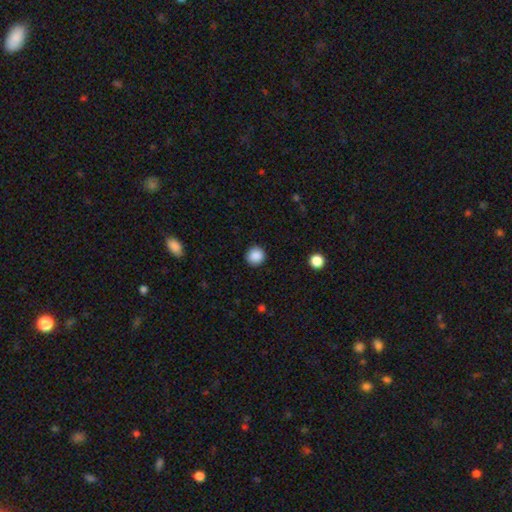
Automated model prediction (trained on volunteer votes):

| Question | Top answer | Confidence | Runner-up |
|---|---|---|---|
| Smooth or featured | smooth | 88% | star or artifact (10%) |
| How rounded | round | 94% | in between (5%) |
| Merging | none | 91% | minor disturbance (6%) |